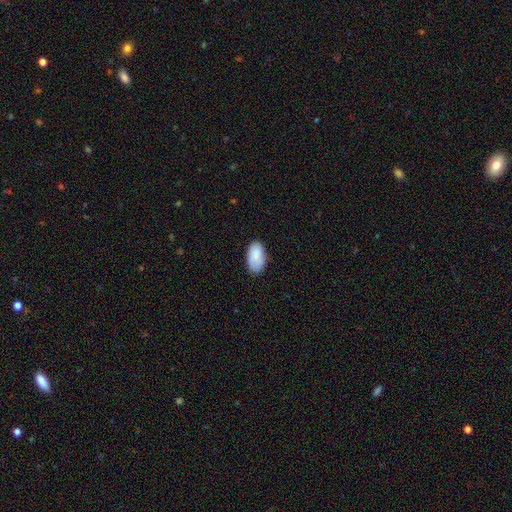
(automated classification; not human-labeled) Overall: smooth (87%). How rounded: in between (95%). Merging: none (78%).